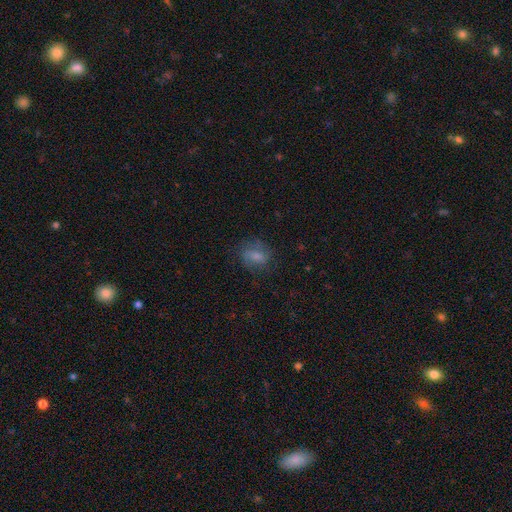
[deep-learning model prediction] Smooth or featured?
  - smooth: 61% *
  - featured or disk: 28%
  - star or artifact: 11%
How rounded?
  - in between: 57% *
  - round: 41%
  - cigar-shaped: 2%
Merging?
  - none: 66% *
  - minor disturbance: 20%
  - major disturbance: 13%
  - merger: 1%